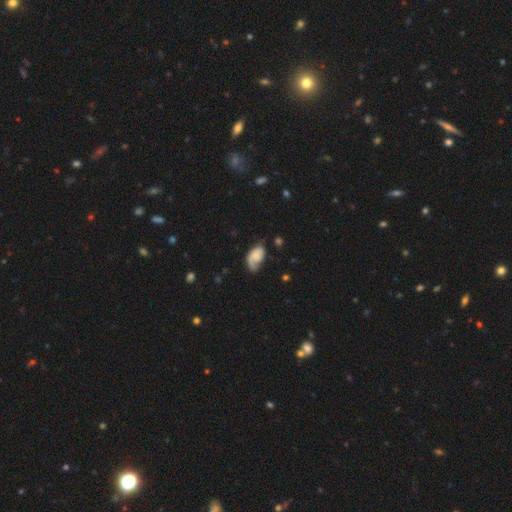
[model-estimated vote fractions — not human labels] This is possibly a smooth galaxy (52%). How rounded: clearly in between (91%). Merging: marginally none (40%).